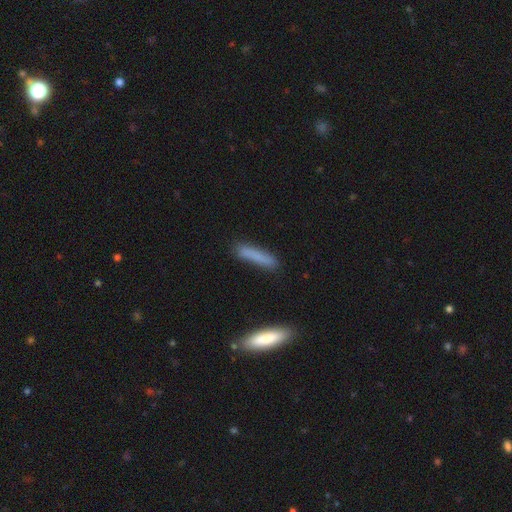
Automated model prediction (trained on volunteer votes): smooth-or-featured: smooth: 80% | featured or disk: 13% | star or artifact: 7%
  how-rounded: cigar-shaped: 88% | in between: 10% | round: 1%
  merging: none: 81% | minor disturbance: 13% | merger: 3% | major disturbance: 3%